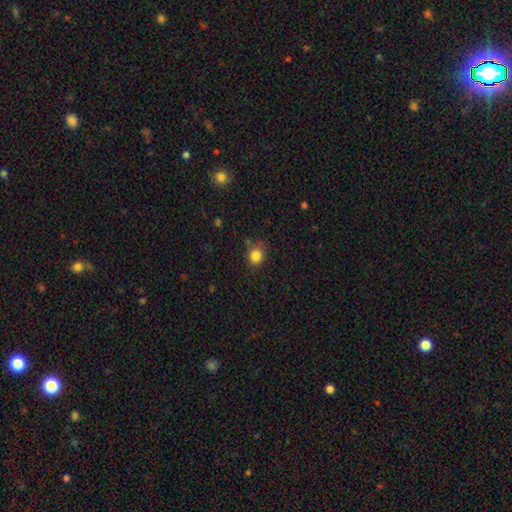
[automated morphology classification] A smooth galaxy with no disk features (83%) that is round (74%).

Vote fractions:
- Smooth or featured? smooth: 83% / star or artifact: 11% / featured or disk: 6%
- How rounded? round: 74% / in between: 25% / cigar-shaped: 1%
- Merging? none: 73% / minor disturbance: 18% / major disturbance: 4% / merger: 4%